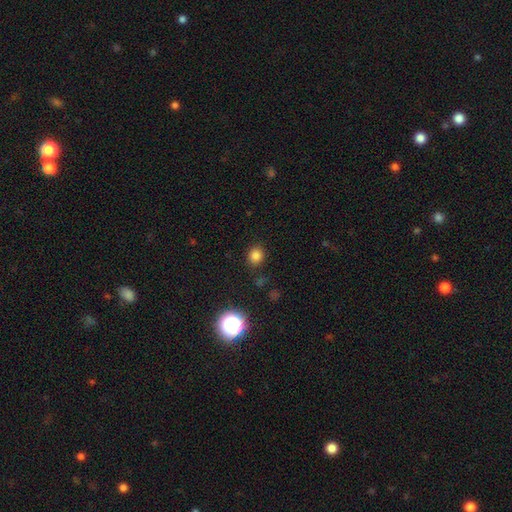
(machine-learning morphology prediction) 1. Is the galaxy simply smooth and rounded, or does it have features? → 80% smooth, 15% star or artifact, 5% featured or disk.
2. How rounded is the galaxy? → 81% round, 18% in between, 1% cigar-shaped.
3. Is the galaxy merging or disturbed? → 87% none, 8% minor disturbance, 3% major disturbance, 2% merger.